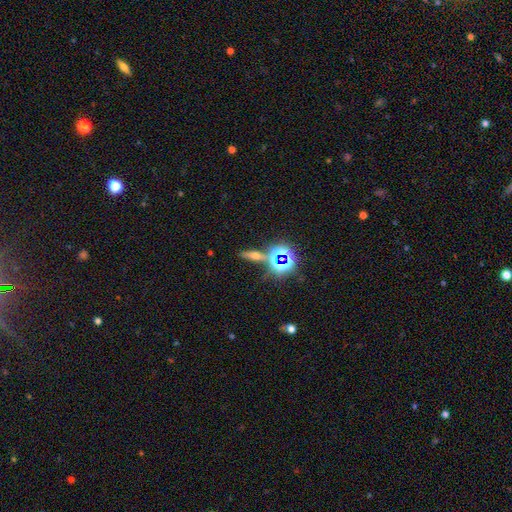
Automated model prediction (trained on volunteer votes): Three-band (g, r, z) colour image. It shows a smooth galaxy with no disk features (36%). Merging: none (74%).